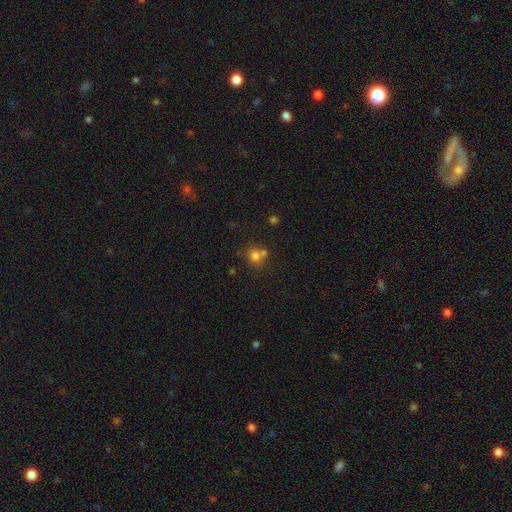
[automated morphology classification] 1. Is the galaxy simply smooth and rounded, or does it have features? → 75% smooth, 15% star or artifact, 9% featured or disk.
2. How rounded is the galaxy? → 82% round, 17% in between, 1% cigar-shaped.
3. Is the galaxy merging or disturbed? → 54% none, 33% merger, 10% minor disturbance, 4% major disturbance.